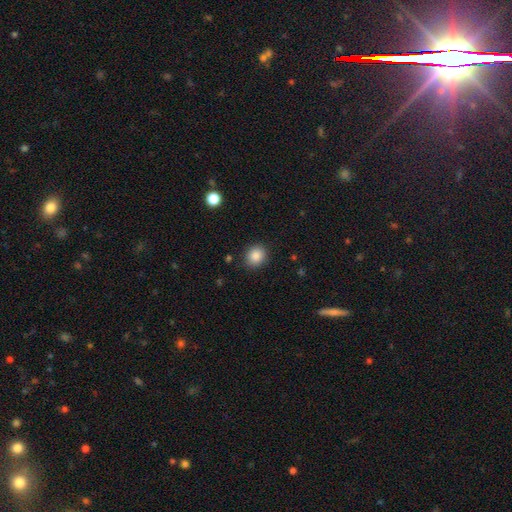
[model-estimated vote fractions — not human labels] This appears to be a smooth galaxy with no disk features (87%) that is round (74%). Merging: none (88%).